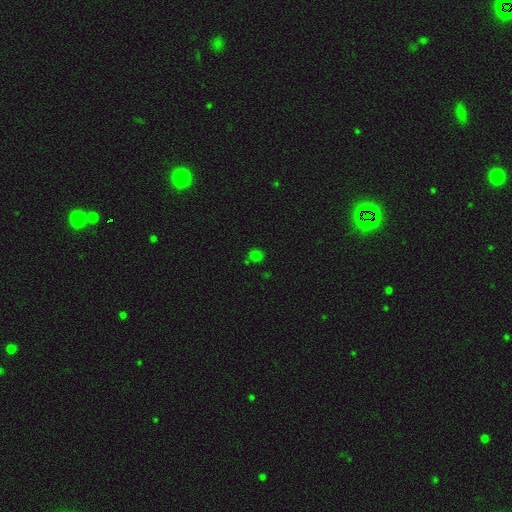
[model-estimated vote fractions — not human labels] Morphology: type=smooth (68%); roundness=round (85%); merging=none (77%).